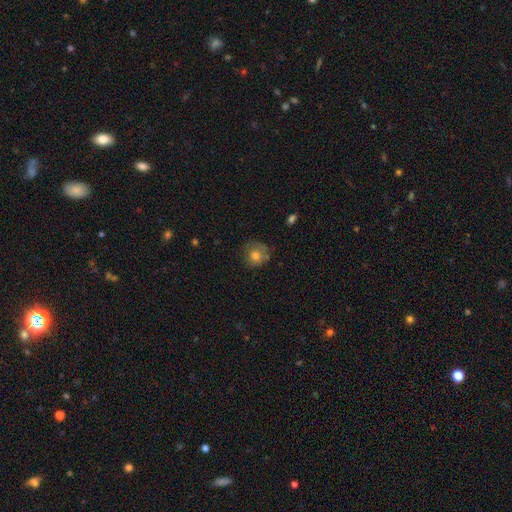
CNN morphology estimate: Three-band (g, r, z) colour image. It shows a smooth galaxy with no disk features (73%) that is round (82%). Merging: none (60%).